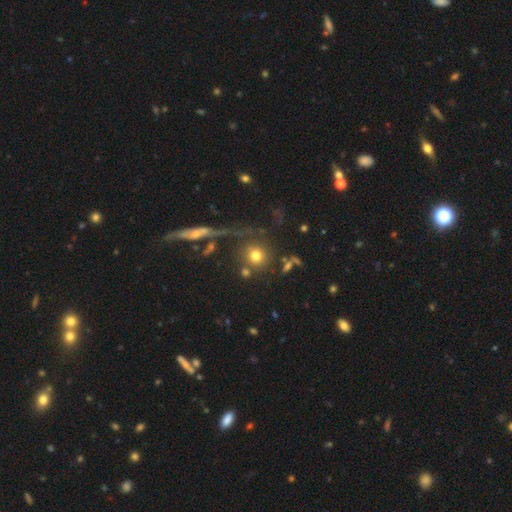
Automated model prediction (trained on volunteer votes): The model was most divided on "merging": none: 70%, merger: 13%, minor disturbance: 10%, major disturbance: 8%. More confident: how rounded — round (91%); smooth or featured — smooth (73%).